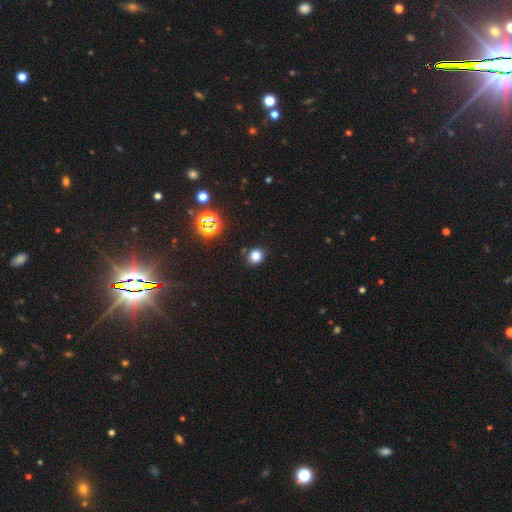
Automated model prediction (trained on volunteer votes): The model was most divided on "how rounded": round: 77%, in between: 22%, cigar-shaped: 1%. More confident: merging — none (87%); smooth or featured — smooth (76%).